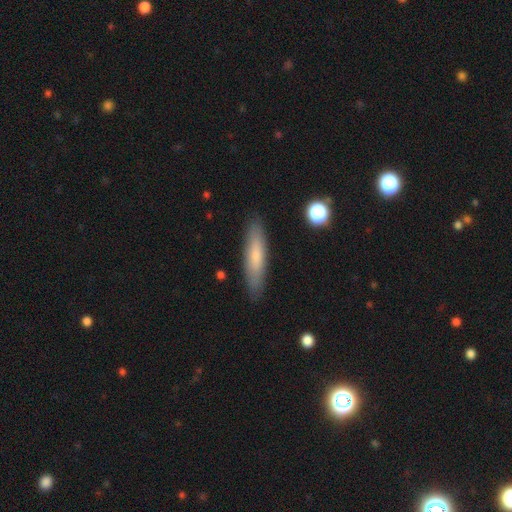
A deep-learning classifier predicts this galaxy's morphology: Overall: smooth (71%). How rounded: cigar-shaped (78%). Merging: none (87%).